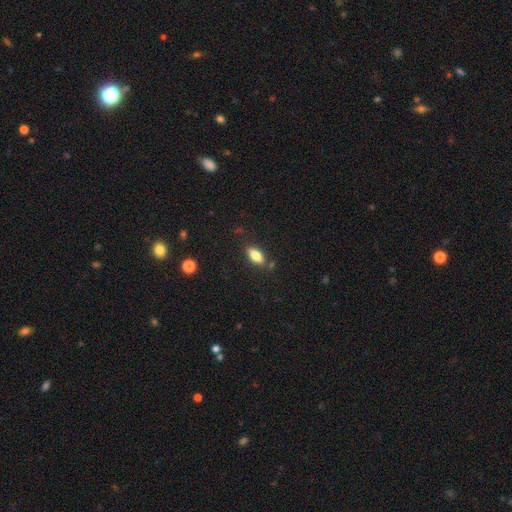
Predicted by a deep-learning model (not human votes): smooth-or-featured: smooth: 76% | featured or disk: 16% | star or artifact: 8%
  how-rounded: in between: 81% | cigar-shaped: 16% | round: 3%
  merging: none: 81% | minor disturbance: 12% | merger: 4% | major disturbance: 3%